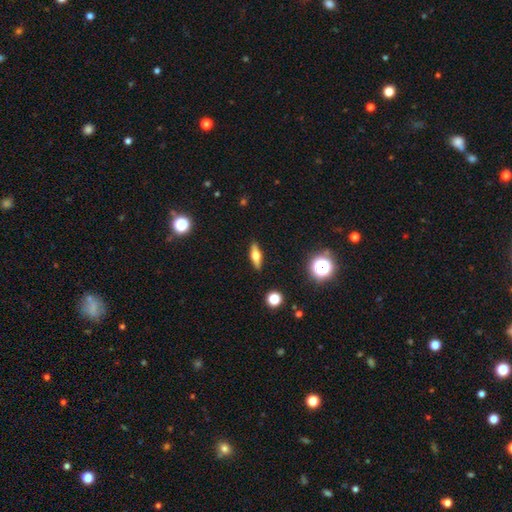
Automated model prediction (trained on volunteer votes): Smooth or featured? smooth (46%)
Merging? none (89%)